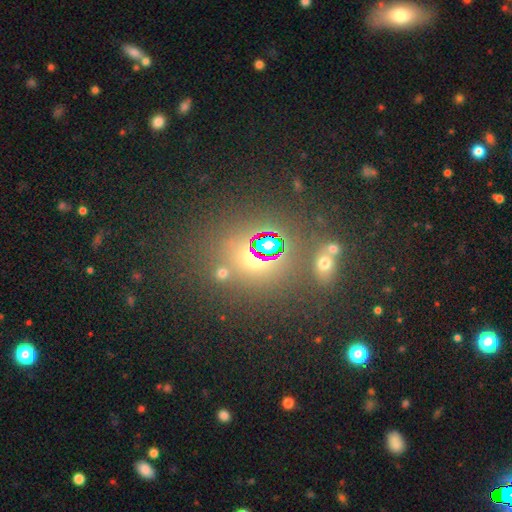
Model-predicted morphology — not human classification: This appears to be a star or artifact, not a galaxy (62%).